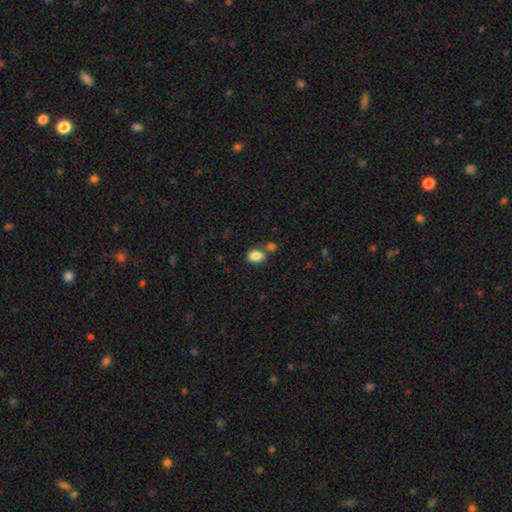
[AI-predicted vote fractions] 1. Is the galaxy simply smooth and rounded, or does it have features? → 86% smooth, 9% star or artifact, 5% featured or disk.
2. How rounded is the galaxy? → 64% in between, 35% round, 1% cigar-shaped.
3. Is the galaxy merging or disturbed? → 62% none, 23% merger, 12% minor disturbance, 4% major disturbance.